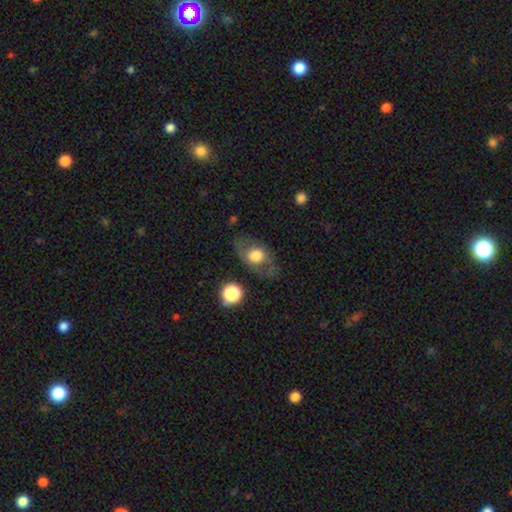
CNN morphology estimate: smooth-or-featured: smooth: 54% | featured or disk: 38% | star or artifact: 8%
  how-rounded: in between: 66% | round: 32% | cigar-shaped: 2%
  merging: none: 69% | minor disturbance: 17% | major disturbance: 11% | merger: 2%